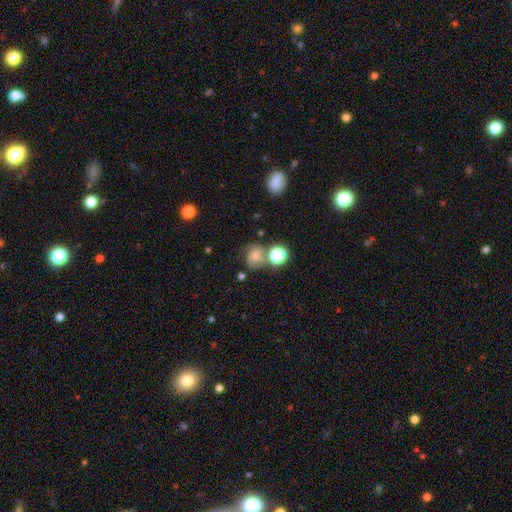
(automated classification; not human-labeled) Morphology: type=smooth (46%); merging=none (51%).